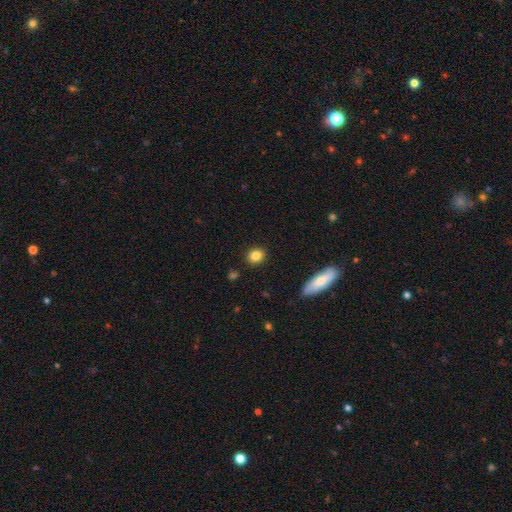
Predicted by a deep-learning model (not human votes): The model was most divided on "how rounded": round: 72%, in between: 27%, cigar-shaped: 2%. More confident: merging — none (90%); smooth or featured — smooth (84%).